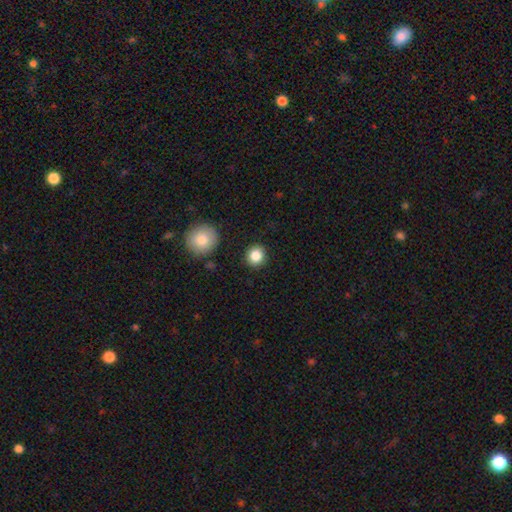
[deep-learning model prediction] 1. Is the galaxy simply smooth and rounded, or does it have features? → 85% smooth, 10% star or artifact, 5% featured or disk.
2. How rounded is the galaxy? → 88% round, 12% in between, 1% cigar-shaped.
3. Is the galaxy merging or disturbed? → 89% none, 7% minor disturbance, 2% major disturbance, 2% merger.